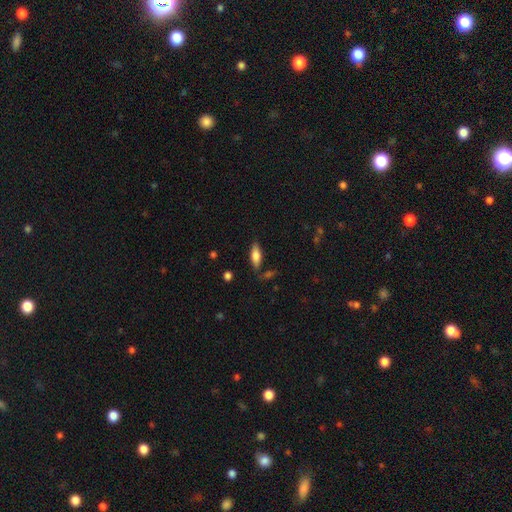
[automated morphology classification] Smooth or featured? smooth (74%)
How rounded? in between (72%)
Merging? none (77%)